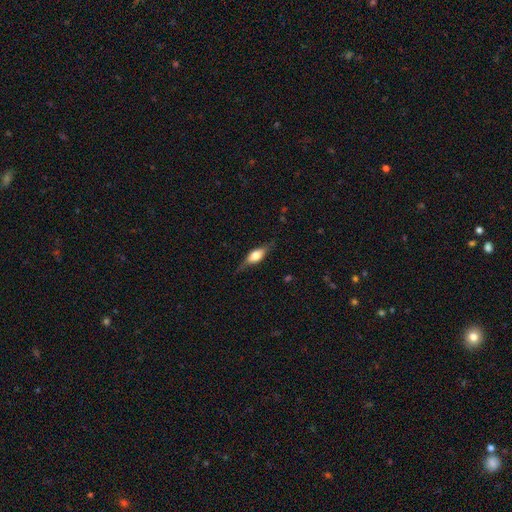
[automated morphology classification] This appears to be a featured or disk galaxy (47%). Merging: none (74%).